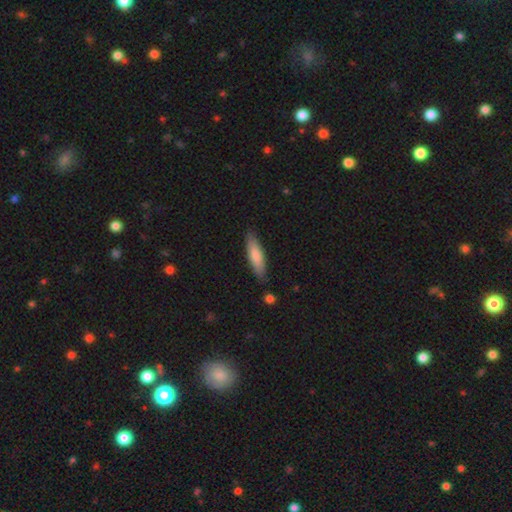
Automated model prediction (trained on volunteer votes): The model was most divided on "how rounded": cigar-shaped: 65%, in between: 33%, round: 1%. More confident: merging — none (84%); smooth or featured — smooth (78%).